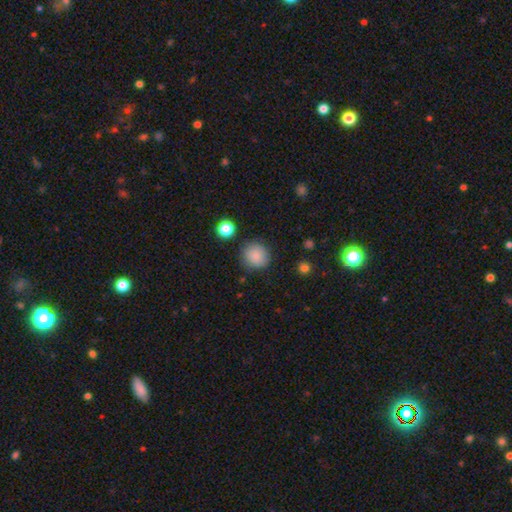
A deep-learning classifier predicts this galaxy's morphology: Q: Smooth or featured?
A: smooth (85%); runner-up: star or artifact (9%)
Q: How rounded?
A: round (89%); runner-up: in between (10%)
Q: Merging?
A: none (85%); runner-up: minor disturbance (10%)